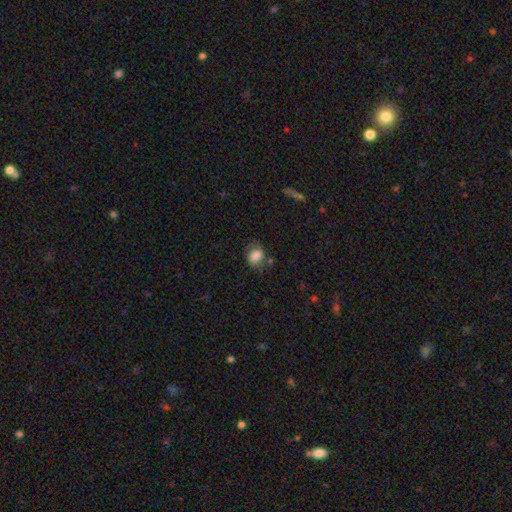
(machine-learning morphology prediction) Overall: smooth (77%). How rounded: in between (71%). Merging: none (54%; minor disturbance 28%).